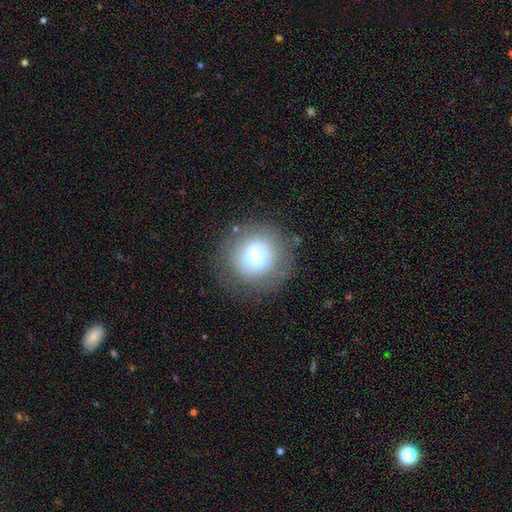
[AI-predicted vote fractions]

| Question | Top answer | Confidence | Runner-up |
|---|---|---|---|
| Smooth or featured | smooth | 57% | featured or disk (32%) |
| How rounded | round | 93% | in between (7%) |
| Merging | none | 74% | minor disturbance (14%) |